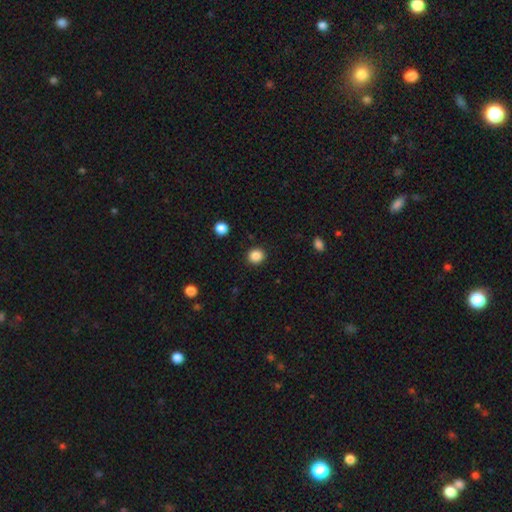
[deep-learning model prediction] Smooth or featured: smooth — 87% (star or artifact — 10%)
How rounded: round — 83% (in between — 16%)
Merging: none — 91% (minor disturbance — 6%)